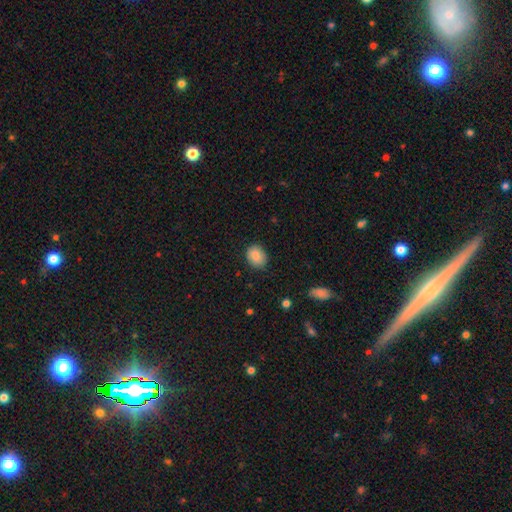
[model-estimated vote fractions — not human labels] smooth_or_featured: smooth (p=0.86) [alt: star or artifact p=0.08]
how_rounded: in between (p=0.55) [alt: round p=0.45]
merging: none (p=0.82) [alt: minor disturbance p=0.14]